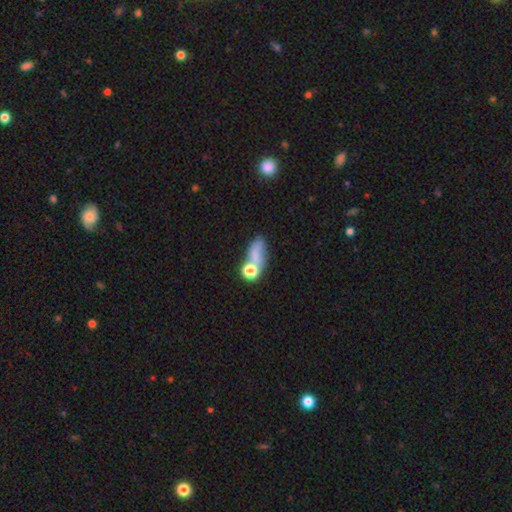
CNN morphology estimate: type=smooth (66%); roundness=in between (68%); merging=none (34%).